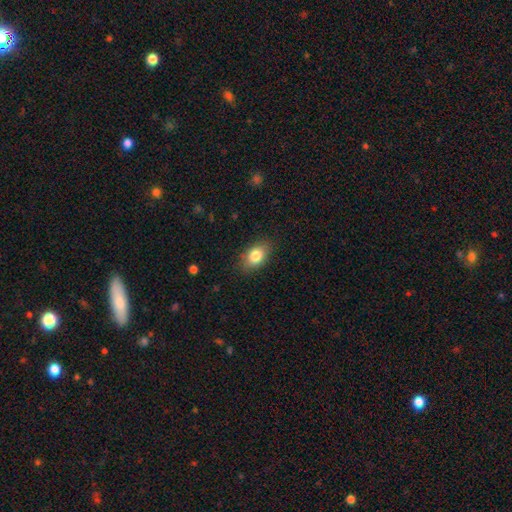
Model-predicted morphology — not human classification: Smooth or featured? Predicted: smooth (p=0.82). How rounded? Predicted: in between (p=0.83). Merging? Predicted: none (p=0.84).